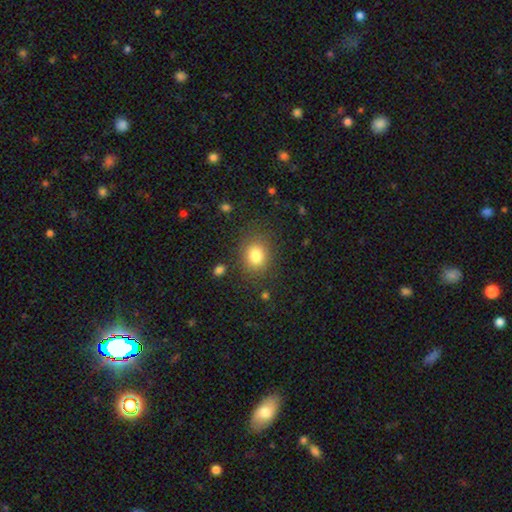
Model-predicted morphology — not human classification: Smooth or featured?
  - smooth: 82% *
  - star or artifact: 11%
  - featured or disk: 8%
How rounded?
  - round: 60% *
  - in between: 39%
  - cigar-shaped: 1%
Merging?
  - none: 81% *
  - minor disturbance: 12%
  - major disturbance: 5%
  - merger: 3%